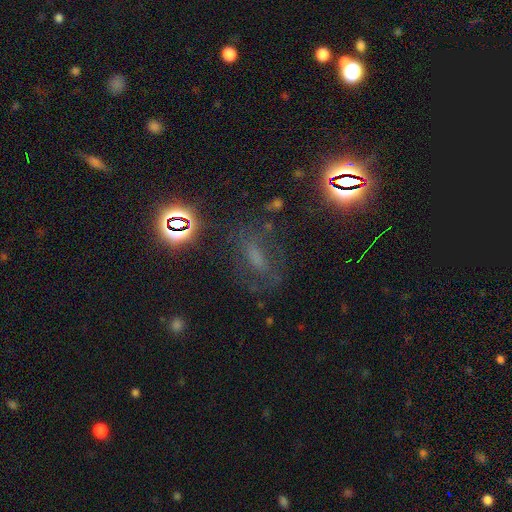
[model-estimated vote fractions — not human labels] Overall: star or artifact (39%; featured or disk 35%).